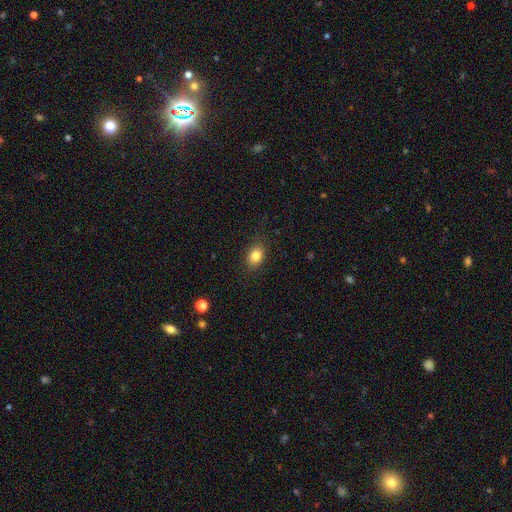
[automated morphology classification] A smooth galaxy with no disk features (83%) that is in between round and cigar-shaped (73%). Merging: none (86%).